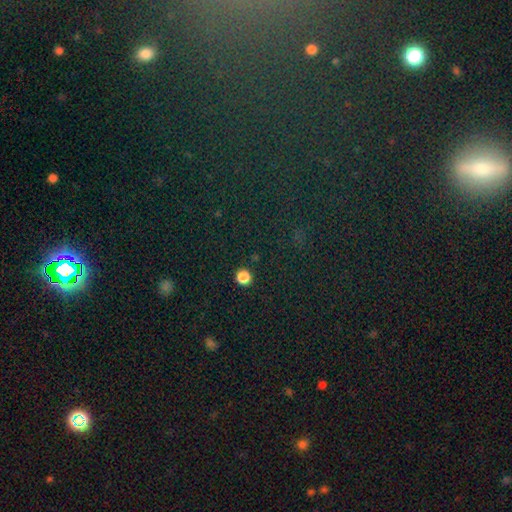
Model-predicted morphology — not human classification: A star or artifact, not a galaxy (73%).

Vote fractions:
- Smooth or featured? star or artifact: 73% / smooth: 18% / featured or disk: 9%